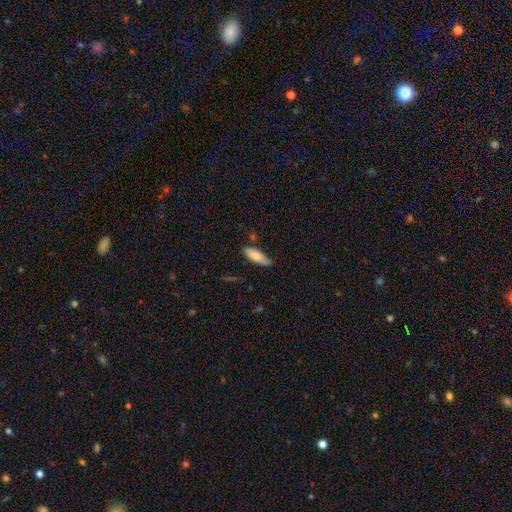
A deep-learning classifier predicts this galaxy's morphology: This is likely a smooth galaxy (79%). How rounded: likely in between (63%). Merging: likely none (65%).